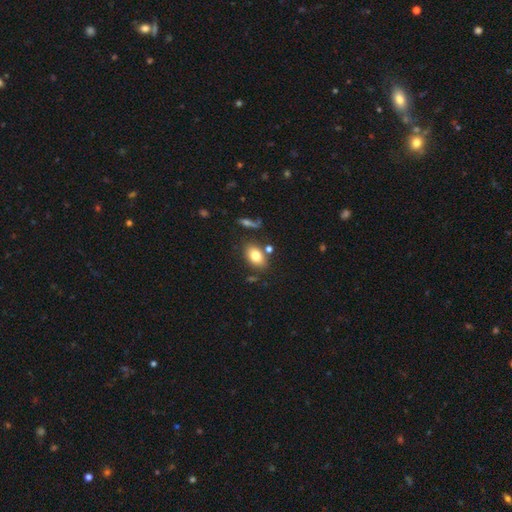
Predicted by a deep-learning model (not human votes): This appears to be a smooth galaxy with no disk features (79%) that is in between round and cigar-shaped (84%). Merging: none (76%).